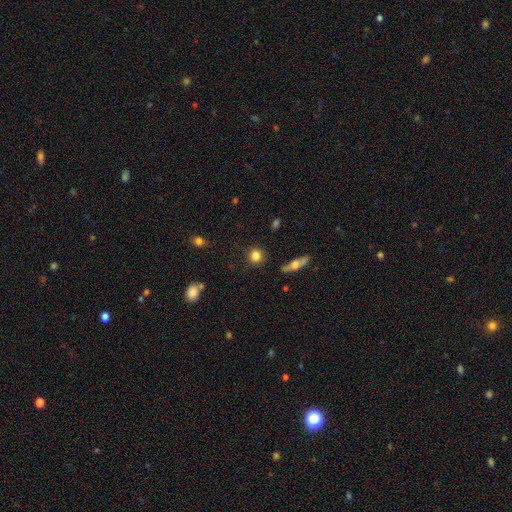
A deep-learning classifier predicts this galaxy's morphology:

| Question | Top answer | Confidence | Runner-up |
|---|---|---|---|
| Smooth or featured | smooth | 82% | star or artifact (9%) |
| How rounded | round | 90% | in between (8%) |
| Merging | none | 88% | minor disturbance (8%) |